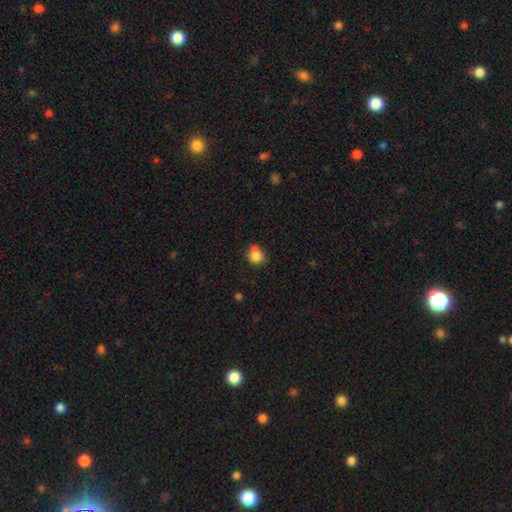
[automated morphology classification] Smooth or featured? Predicted: smooth (p=0.83). How rounded? Predicted: round (p=0.79). Merging? Predicted: none (p=0.57).